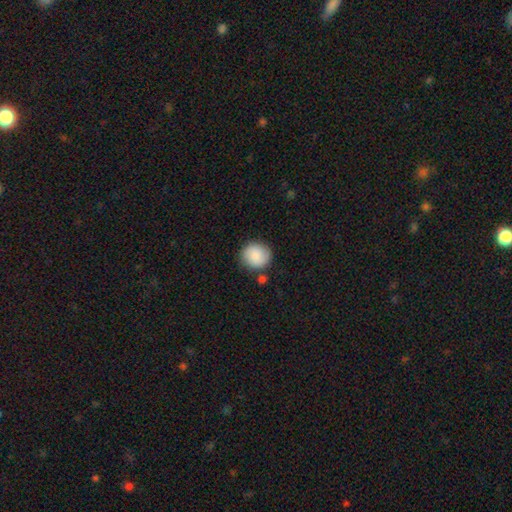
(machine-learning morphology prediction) A smooth galaxy with no disk features (86%) that is round (89%). Merging: none (83%).